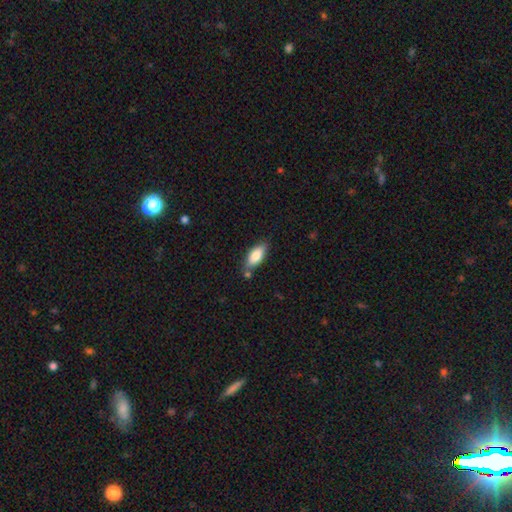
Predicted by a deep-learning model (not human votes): This is clearly a smooth galaxy (81%). How rounded: clearly in between (82%). Merging: likely none (73%).